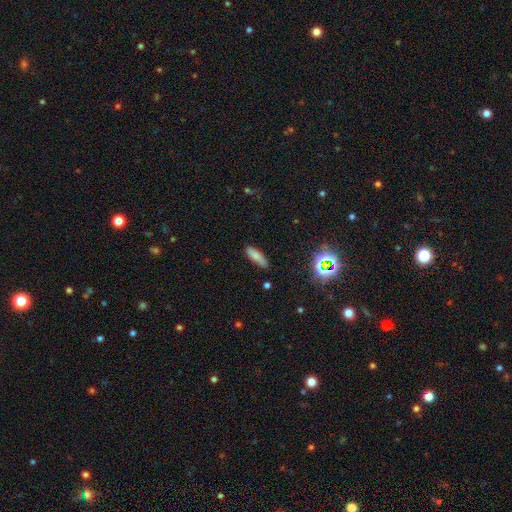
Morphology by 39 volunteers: Overall: smooth (79%). How rounded: cigar-shaped (77%). Merging: none (71%).